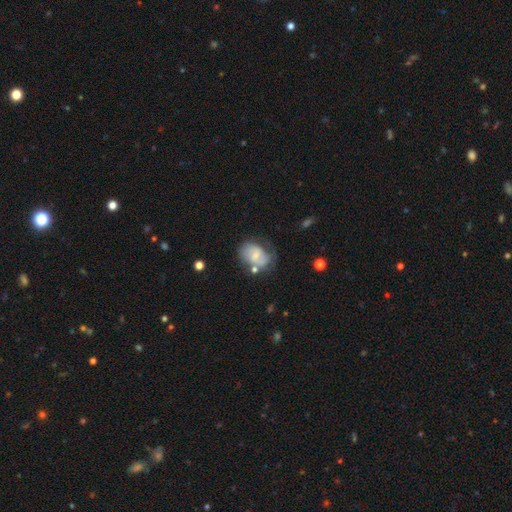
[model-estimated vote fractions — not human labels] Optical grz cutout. It shows a featured or disk galaxy (51%). Merging: none (45%).